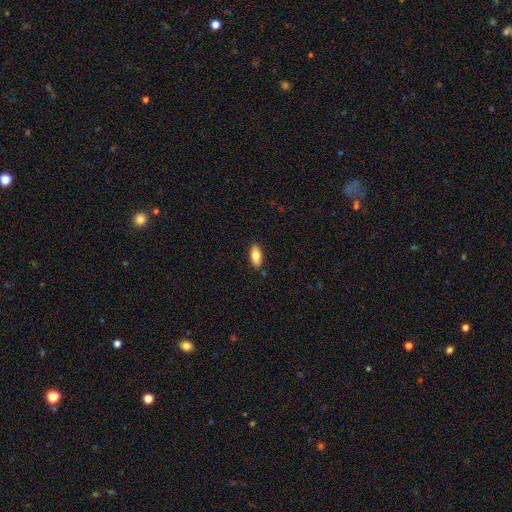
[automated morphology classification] Smooth or featured: smooth — 77% (featured or disk — 16%)
How rounded: in between — 85% (cigar-shaped — 13%)
Merging: none — 88% (minor disturbance — 9%)